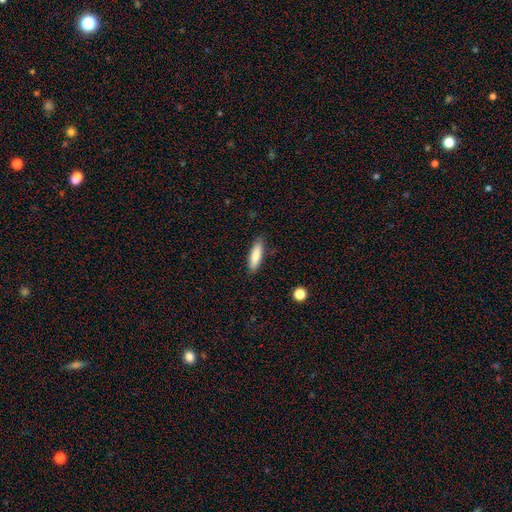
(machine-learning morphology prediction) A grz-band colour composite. It shows a smooth galaxy with no disk features (83%) that is cigar-shaped (60%). Merging: none (87%).